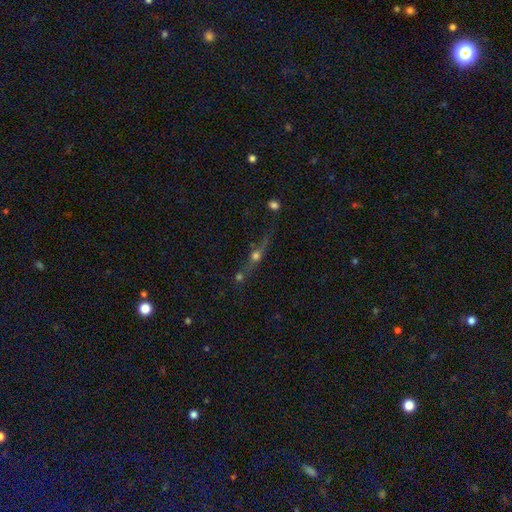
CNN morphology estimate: Overall: featured or disk (57%; smooth 26%). Edge-on disk: yes (87%). Merging: none (59%; merger 19%).